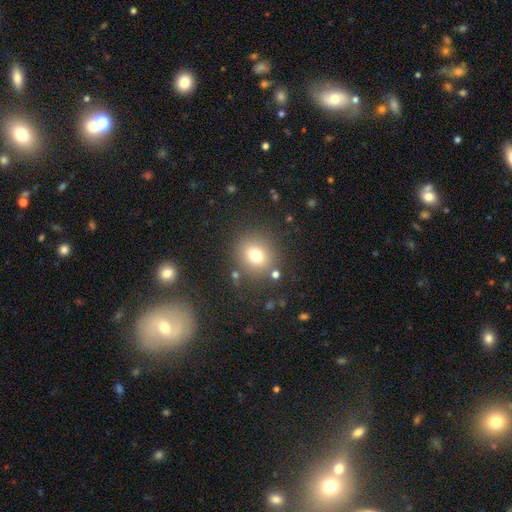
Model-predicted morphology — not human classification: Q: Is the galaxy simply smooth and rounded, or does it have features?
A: smooth — 74%.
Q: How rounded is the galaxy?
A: round — 79%.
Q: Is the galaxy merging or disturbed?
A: none — 82%.